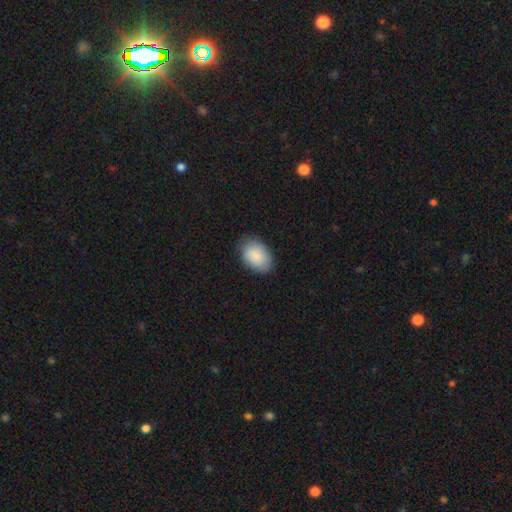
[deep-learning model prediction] smooth_or_featured: smooth (p=0.89) [alt: star or artifact p=0.06]
how_rounded: in between (p=0.88) [alt: round p=0.10]
merging: none (p=0.83) [alt: minor disturbance p=0.13]